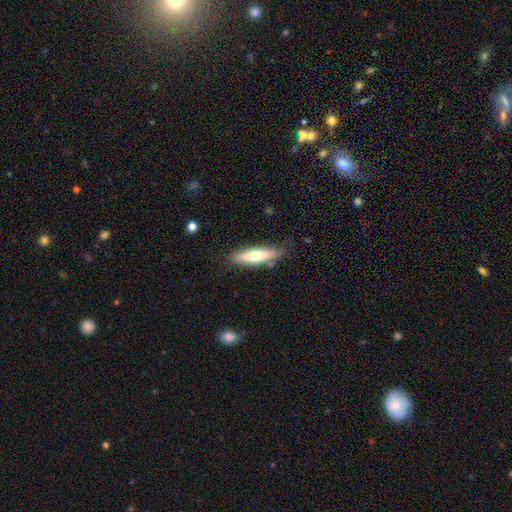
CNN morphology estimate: Smooth or featured: smooth — 65% (featured or disk — 29%)
How rounded: cigar-shaped — 72% (in between — 26%)
Merging: none — 82% (minor disturbance — 13%)